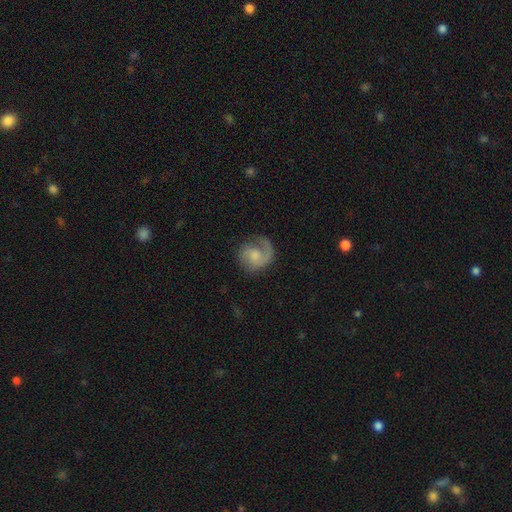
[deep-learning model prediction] Smooth or featured?
  - featured or disk: 69% *
  - smooth: 24%
  - star or artifact: 7%
Edge-on disk?
  - no: 98% *
  - yes: 2%
Bar?
  - no: 63% *
  - weak: 33%
  - strong: 4%
Spiral arms?
  - yes: 93% *
  - no: 7%
Spiral winding?
  - medium: 45% *
  - loose: 28%
  - tight: 27%
Spiral arm count?
  - 1: 54% *
  - 2: 37%
  - can't tell: 6%
  - 3: 2%
  - 4: 1%
  - more than 4: 1%
Bulge size?
  - moderate: 39% *
  - small: 34%
  - none: 18%
  - large: 8%
  - dominant: 2%
Merging?
  - none: 62% *
  - minor disturbance: 19%
  - major disturbance: 16%
  - merger: 2%